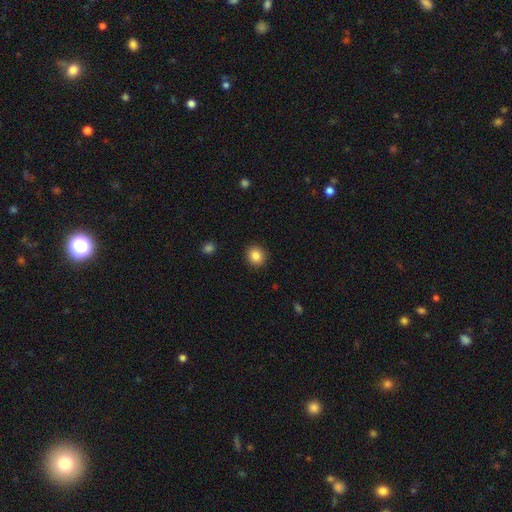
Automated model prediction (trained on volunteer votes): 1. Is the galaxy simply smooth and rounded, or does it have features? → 86% smooth, 10% star or artifact, 4% featured or disk.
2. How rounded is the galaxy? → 88% round, 11% in between, 1% cigar-shaped.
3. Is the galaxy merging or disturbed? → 91% none, 6% minor disturbance, 2% major disturbance, 1% merger.